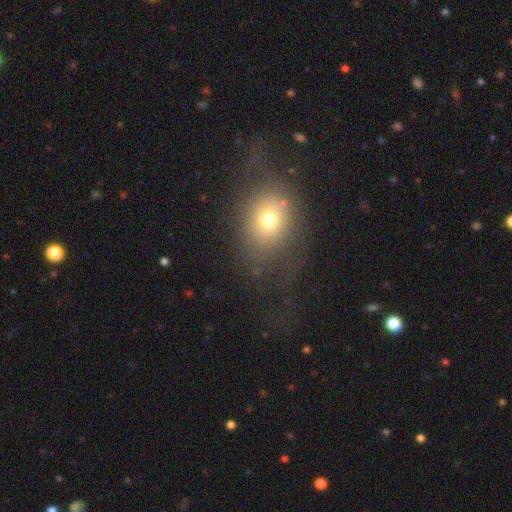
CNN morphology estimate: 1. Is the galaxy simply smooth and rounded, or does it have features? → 54% smooth, 23% star or artifact, 23% featured or disk.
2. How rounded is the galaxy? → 53% round, 45% in between, 2% cigar-shaped.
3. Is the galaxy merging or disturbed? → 57% none, 21% major disturbance, 20% minor disturbance, 2% merger.